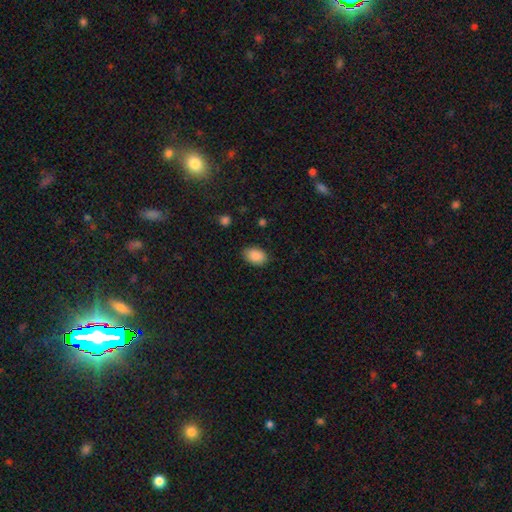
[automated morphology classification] A smooth galaxy with no disk features (90%) that is in between round and cigar-shaped (85%).

Vote fractions:
- Smooth or featured? smooth: 90% / star or artifact: 7% / featured or disk: 3%
- How rounded? in between: 85% / round: 14% / cigar-shaped: 1%
- Merging? none: 85% / minor disturbance: 11% / major disturbance: 3% / merger: 1%